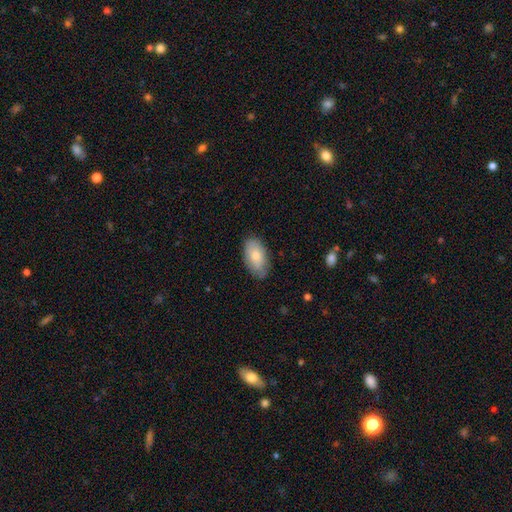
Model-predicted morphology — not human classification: A smooth galaxy with no disk features (78%) that is in between round and cigar-shaped (94%). Merging: none (80%).